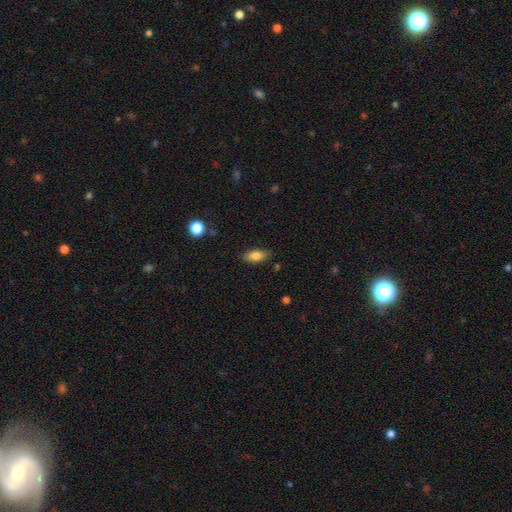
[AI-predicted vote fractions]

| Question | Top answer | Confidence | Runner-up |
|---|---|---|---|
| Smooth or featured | smooth | 81% | featured or disk (11%) |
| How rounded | in between | 84% | cigar-shaped (12%) |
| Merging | none | 84% | minor disturbance (12%) |